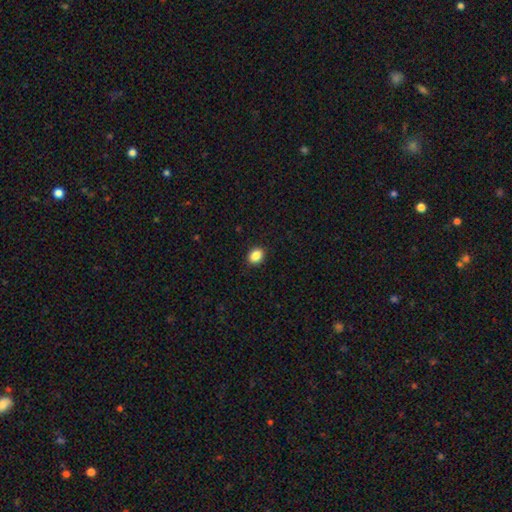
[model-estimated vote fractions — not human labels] Morphology: type=smooth (87%); roundness=in between (62%); merging=none (90%).